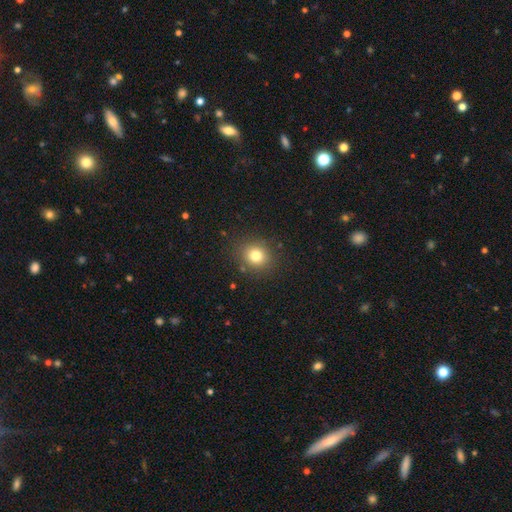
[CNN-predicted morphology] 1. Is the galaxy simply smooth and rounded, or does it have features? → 78% smooth, 14% star or artifact, 8% featured or disk.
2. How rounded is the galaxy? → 80% round, 19% in between, 1% cigar-shaped.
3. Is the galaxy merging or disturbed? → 87% none, 8% minor disturbance, 3% major disturbance, 2% merger.